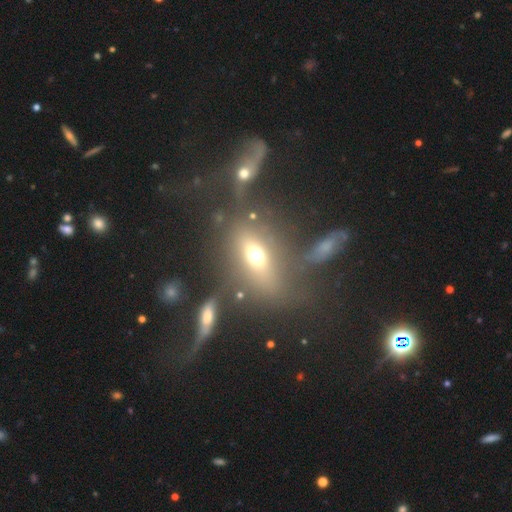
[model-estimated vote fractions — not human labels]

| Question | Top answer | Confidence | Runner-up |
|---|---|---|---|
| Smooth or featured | smooth | 58% | featured or disk (25%) |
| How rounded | in between | 62% | round (31%) |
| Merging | none | 54% | major disturbance (17%) |